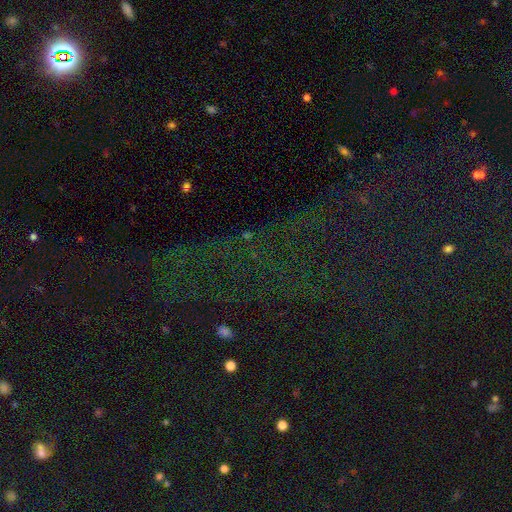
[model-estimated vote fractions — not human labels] A star or artifact, not a galaxy (77%).